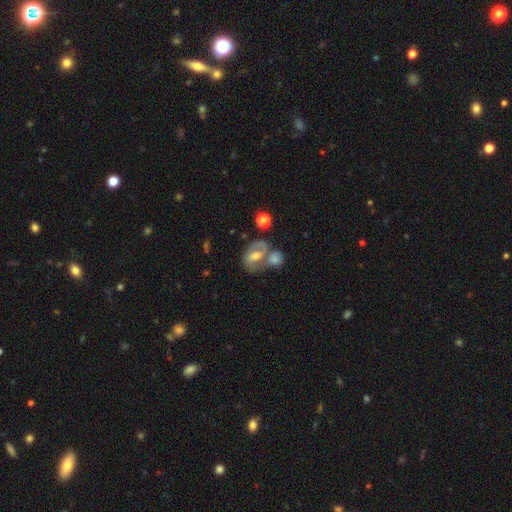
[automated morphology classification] Smooth or featured? featured or disk (53%)
Edge-on disk? no (95%)
Bar? weak (42%)
Spiral arms? yes (64%)
Bulge size? moderate (65%)
Merging? merger (42%)